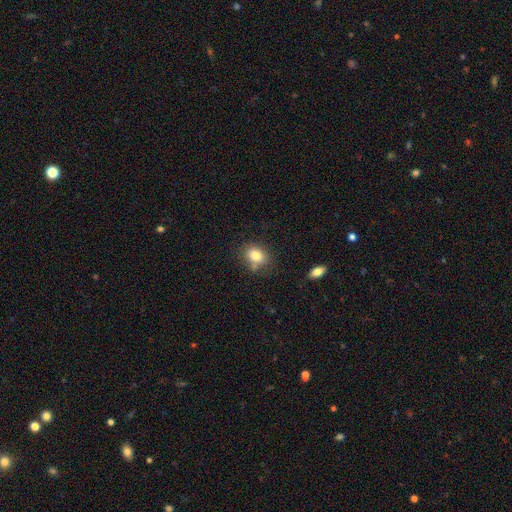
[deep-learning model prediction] Smooth or featured? smooth (81%)
How rounded? in between (63%)
Merging? none (69%)